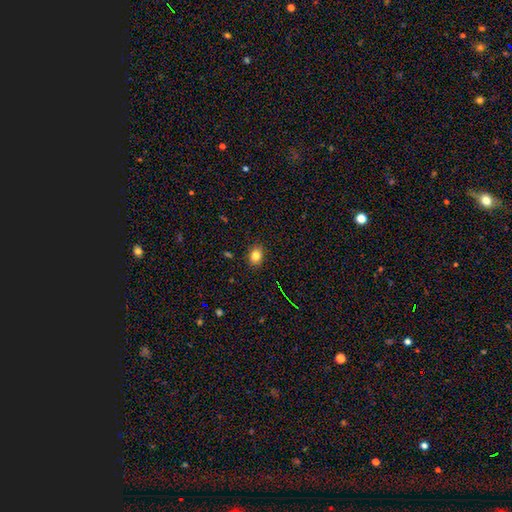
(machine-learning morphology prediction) This is clearly a smooth galaxy (82%). How rounded: likely in between (62%). Merging: clearly none (88%).